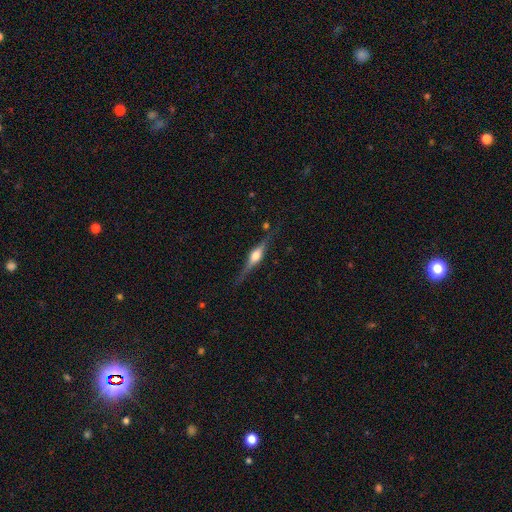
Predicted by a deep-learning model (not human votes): smooth_or_featured: featured or disk (p=0.79) [alt: smooth p=0.15]
disk_edge_on: yes (p=0.98) [alt: no p=0.02]
edge_on_bulge: rounded (p=0.90) [alt: boxy p=0.08]
merging: none (p=0.82) [alt: minor disturbance p=0.12]